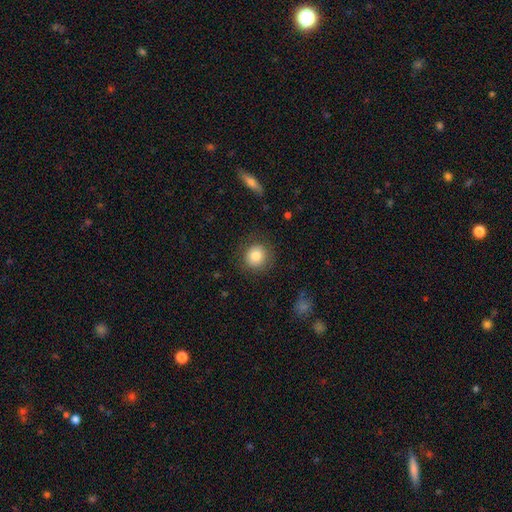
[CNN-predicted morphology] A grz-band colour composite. It shows a smooth galaxy with no disk features (82%) that is round (90%). Merging: none (85%).